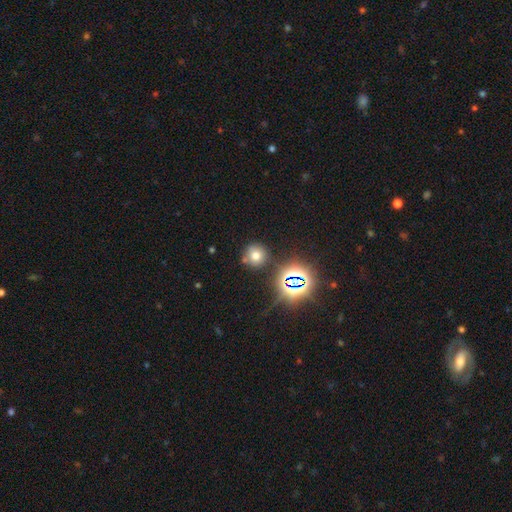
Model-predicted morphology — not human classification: This appears to be a smooth galaxy with no disk features (65%) that is round (92%). Merging: none (76%).